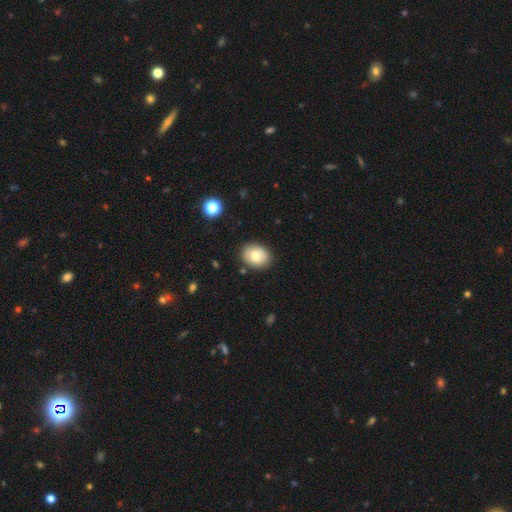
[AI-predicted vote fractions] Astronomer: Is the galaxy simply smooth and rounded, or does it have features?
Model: smooth — 77%.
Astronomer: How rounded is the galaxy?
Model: in between — 55% (runner-up: round, 44%).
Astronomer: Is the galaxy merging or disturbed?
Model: none — 85%.